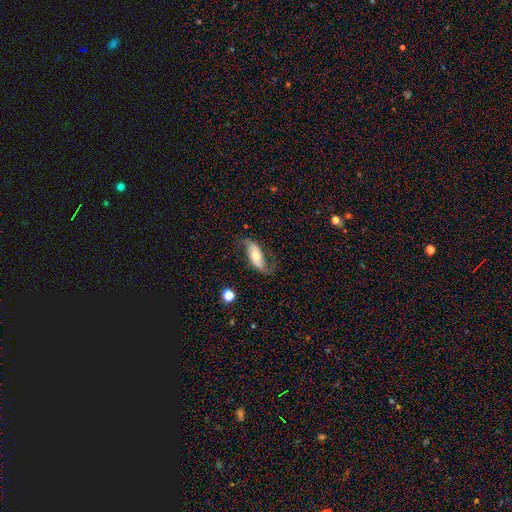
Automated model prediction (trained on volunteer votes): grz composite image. It shows a featured or disk galaxy (72%) with no bar (53%), 2 (90%) loose (72%) spiral arms (89%) and a moderate central bulge (55%). Merging: none (68%).